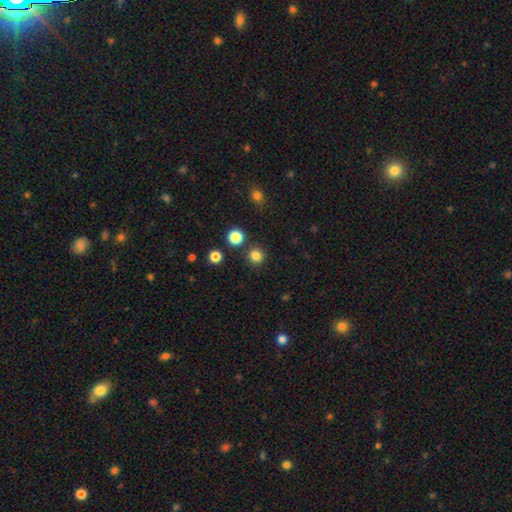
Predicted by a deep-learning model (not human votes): smooth 81%, star or artifact 14%, featured or disk 4%. Down the decision tree: how rounded — round (92%); merging — none (87%).